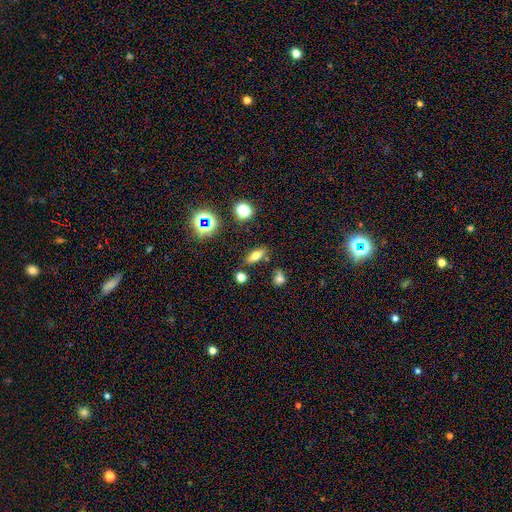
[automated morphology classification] The model was most divided on "how rounded": in between: 63%, cigar-shaped: 28%, round: 9%. More confident: merging — none (80%); smooth or featured — smooth (59%).